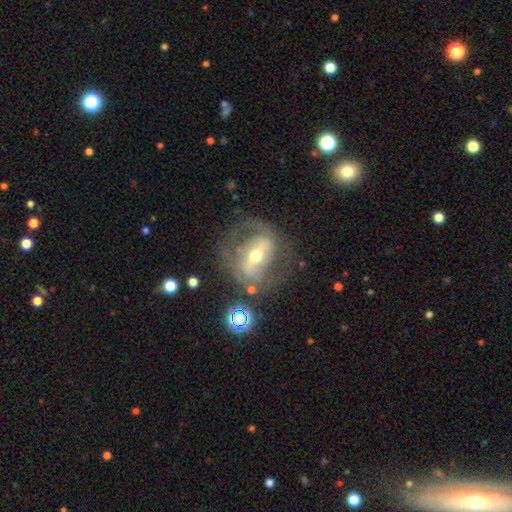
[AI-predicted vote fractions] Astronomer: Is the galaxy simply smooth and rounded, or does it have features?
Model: featured or disk — 79%.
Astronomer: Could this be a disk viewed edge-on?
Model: no — 93%.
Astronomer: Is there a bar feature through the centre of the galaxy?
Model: strong — 57%.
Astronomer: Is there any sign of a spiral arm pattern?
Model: yes — 71%.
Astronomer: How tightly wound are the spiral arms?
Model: medium — 46% (runner-up: tight, 28%).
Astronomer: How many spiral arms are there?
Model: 2 — 74%.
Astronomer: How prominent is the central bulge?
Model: moderate — 65%.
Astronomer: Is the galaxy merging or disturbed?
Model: none — 61%.